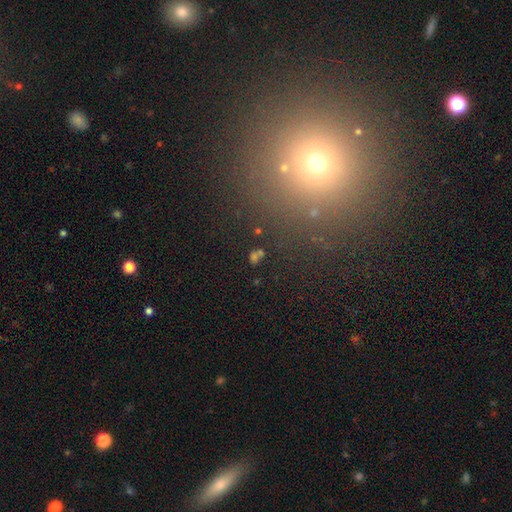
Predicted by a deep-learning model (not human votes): Morphology: type=smooth (46%); merging=none (70%).